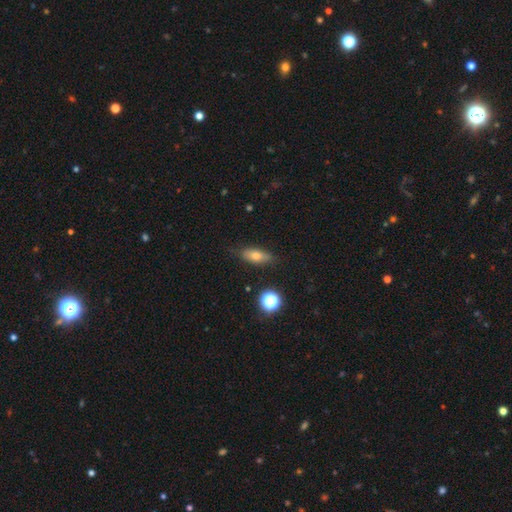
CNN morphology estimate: A smooth galaxy with no disk features (66%) that is in between round and cigar-shaped (67%). Merging: none (80%).